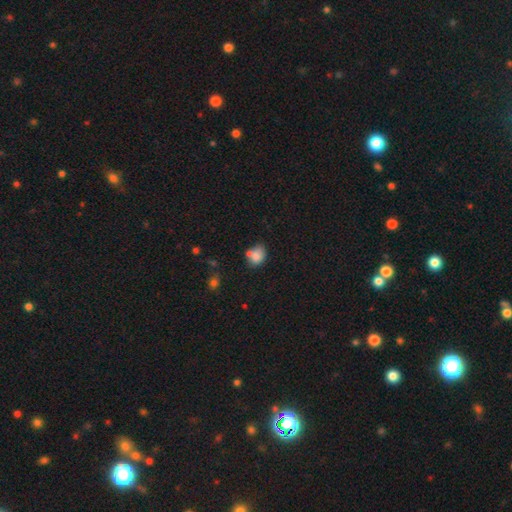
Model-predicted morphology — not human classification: smooth 80%, star or artifact 10%, featured or disk 10%. Down the decision tree: how rounded — in between (53%); merging — none (49%).